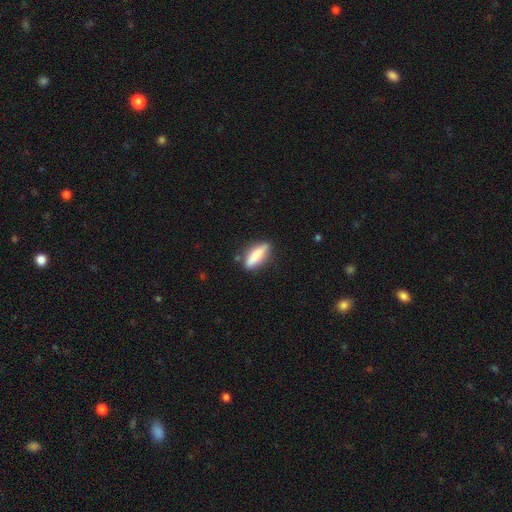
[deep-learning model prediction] Smooth or featured? Predicted: smooth (p=0.77). How rounded? Predicted: cigar-shaped (p=0.56). Merging? Predicted: none (p=0.79).